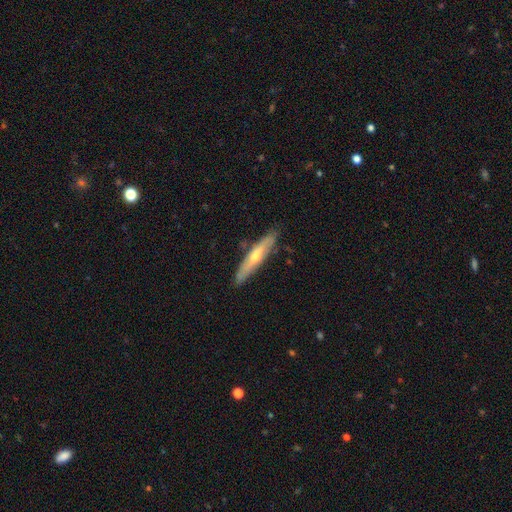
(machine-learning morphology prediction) Smooth or featured? featured or disk (54%)
Edge-on disk? yes (77%)
Merging? none (82%)